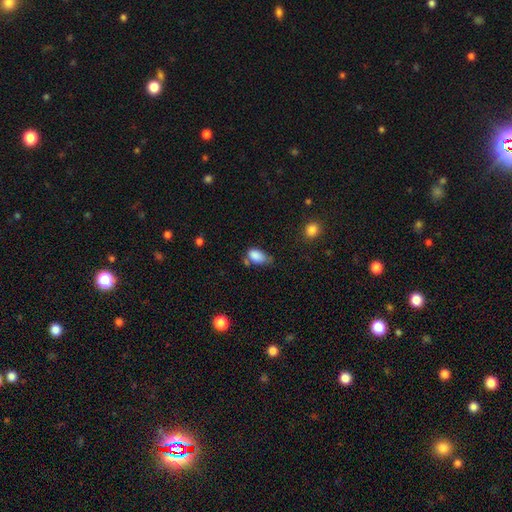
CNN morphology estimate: Smooth or featured? smooth (84%)
How rounded? in between (91%)
Merging? none (43%)